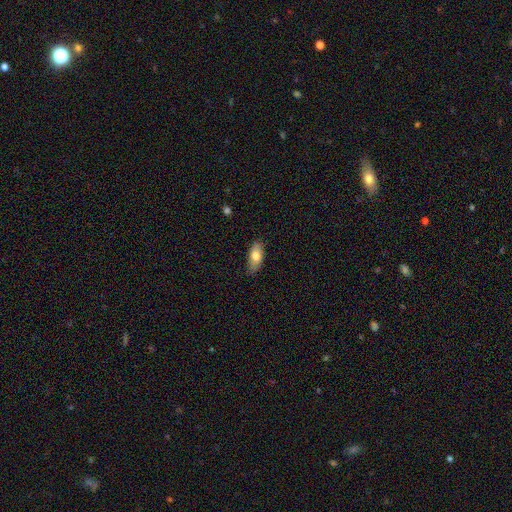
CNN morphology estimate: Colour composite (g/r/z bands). It shows a smooth galaxy with no disk features (77%) that is in between round and cigar-shaped (83%). Merging: none (80%).